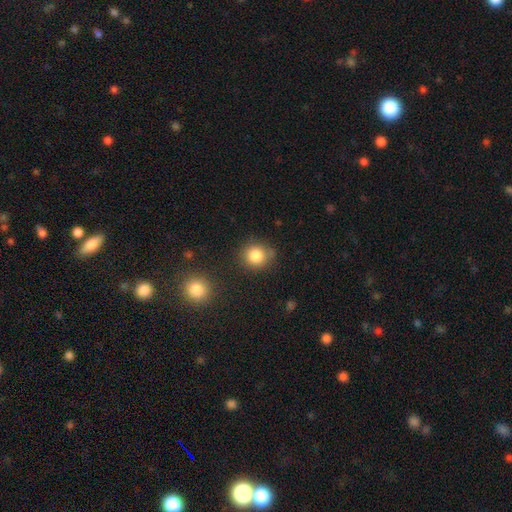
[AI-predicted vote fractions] Smooth or featured? Predicted: smooth (p=0.84). How rounded? Predicted: round (p=0.87). Merging? Predicted: none (p=0.78).